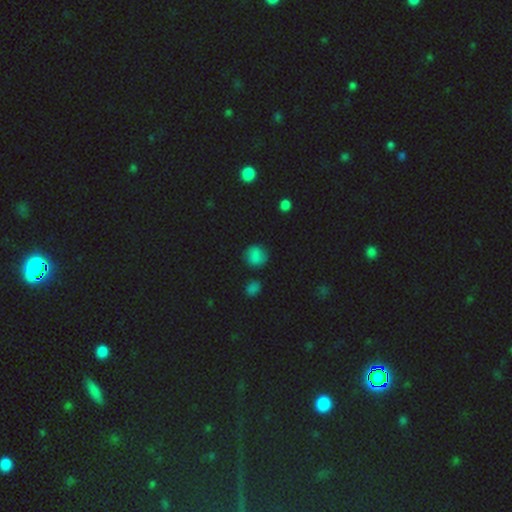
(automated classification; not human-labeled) Smooth or featured? Predicted: smooth (p=0.78). How rounded? Predicted: round (p=0.82). Merging? Predicted: none (p=0.79).